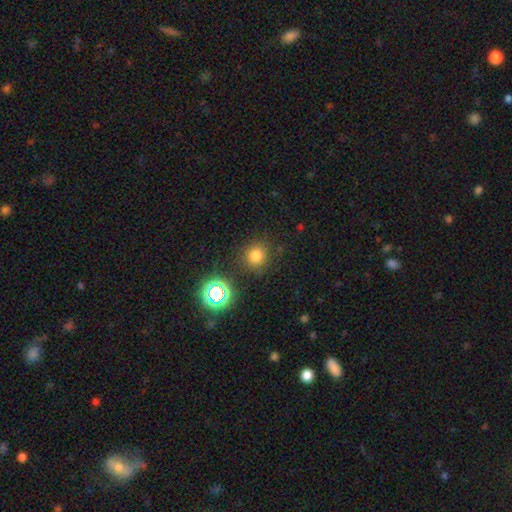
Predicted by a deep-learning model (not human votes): A smooth galaxy with no disk features (74%) that is round (89%).

Vote fractions:
- Smooth or featured? smooth: 74% / star or artifact: 20% / featured or disk: 6%
- How rounded? round: 89% / in between: 10% / cigar-shaped: 1%
- Merging? none: 84% / minor disturbance: 9% / major disturbance: 4% / merger: 3%